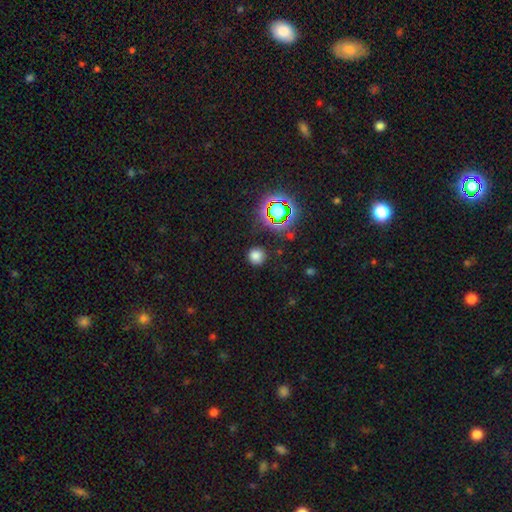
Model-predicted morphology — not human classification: Smooth or featured?
  - smooth: 74% *
  - star or artifact: 21%
  - featured or disk: 6%
How rounded?
  - round: 93% *
  - in between: 6%
  - cigar-shaped: 1%
Merging?
  - none: 86% *
  - minor disturbance: 9%
  - major disturbance: 3%
  - merger: 2%